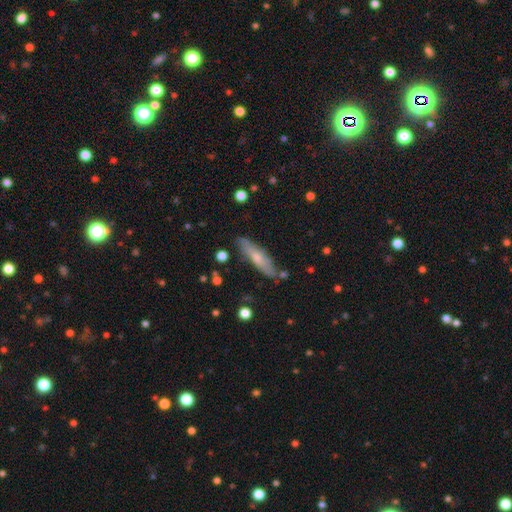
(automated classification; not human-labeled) The model was most divided on "smooth or featured": smooth: 51%, featured or disk: 42%, star or artifact: 8%. More confident: merging — none (80%); how rounded — cigar-shaped (75%).